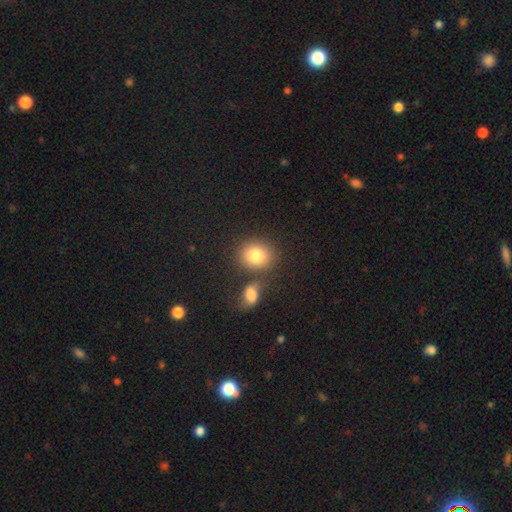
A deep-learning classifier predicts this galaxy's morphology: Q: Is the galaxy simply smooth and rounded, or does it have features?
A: smooth — 82%.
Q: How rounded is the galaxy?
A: round — 71%.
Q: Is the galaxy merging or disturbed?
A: none — 70%.